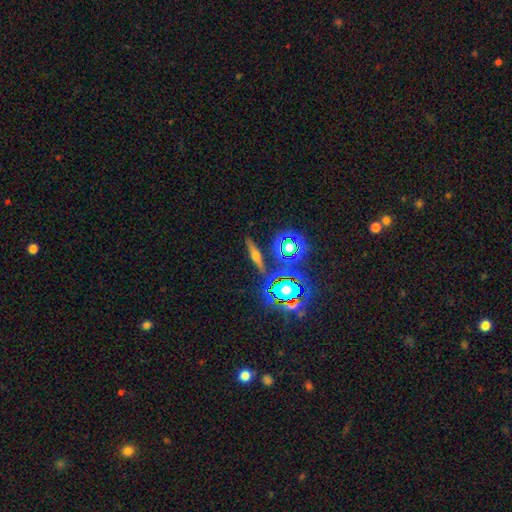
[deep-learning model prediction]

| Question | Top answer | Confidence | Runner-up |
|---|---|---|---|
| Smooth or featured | featured or disk | 55% | smooth (25%) |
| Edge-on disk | yes | 92% | no (8%) |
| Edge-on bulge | rounded | 91% | boxy (5%) |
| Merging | none | 86% | minor disturbance (9%) |